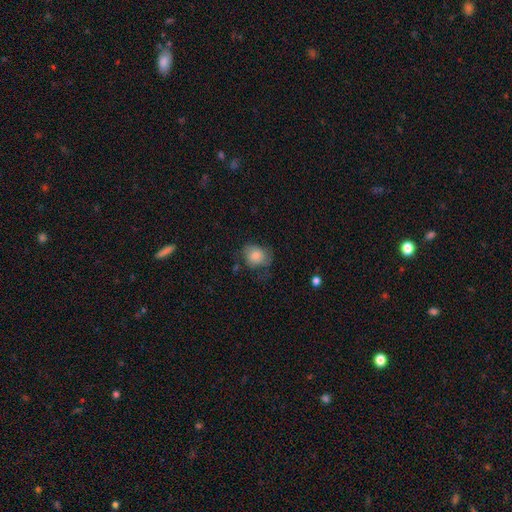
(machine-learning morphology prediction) Smooth or featured: smooth — 77% (featured or disk — 15%)
How rounded: round — 61% (in between — 38%)
Merging: none — 50% (minor disturbance — 30%)